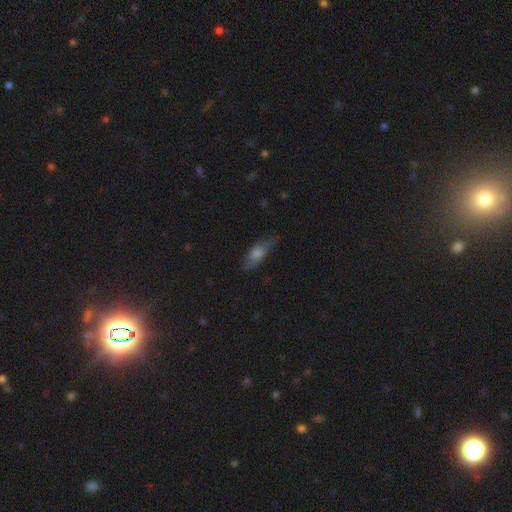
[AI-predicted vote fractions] Smooth or featured?
  - smooth: 50% *
  - featured or disk: 36%
  - star or artifact: 14%
Merging?
  - none: 69% *
  - minor disturbance: 22%
  - major disturbance: 7%
  - merger: 2%